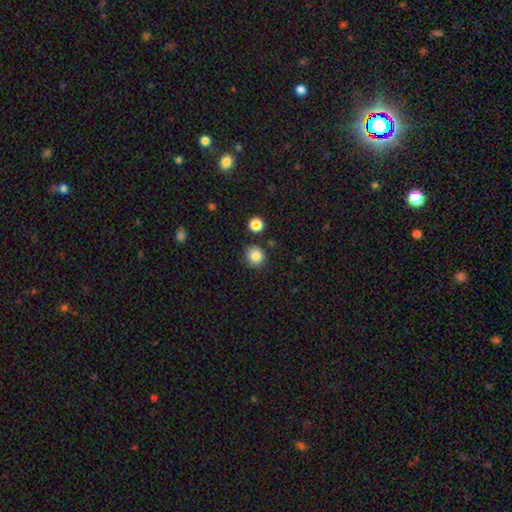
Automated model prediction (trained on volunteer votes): smooth 85%, star or artifact 10%, featured or disk 4%. Down the decision tree: how rounded — round (89%); merging — none (85%).